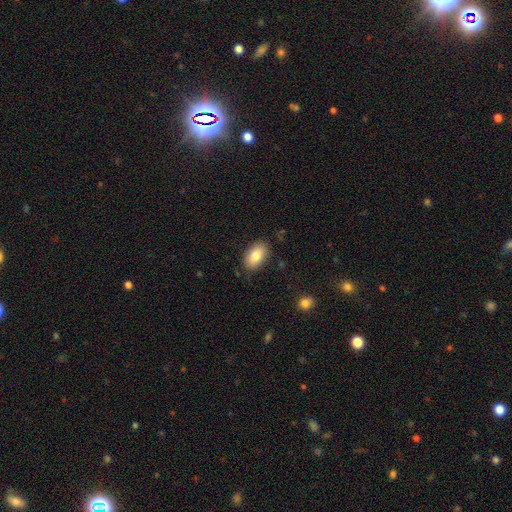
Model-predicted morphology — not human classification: smooth-or-featured: smooth: 82% | featured or disk: 11% | star or artifact: 7%
  how-rounded: in between: 93% | round: 6% | cigar-shaped: 2%
  merging: none: 84% | minor disturbance: 12% | major disturbance: 3% | merger: 1%